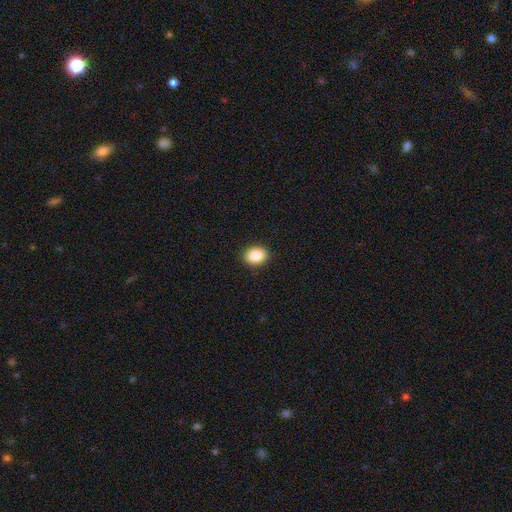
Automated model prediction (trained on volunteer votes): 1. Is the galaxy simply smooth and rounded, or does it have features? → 88% smooth, 8% star or artifact, 4% featured or disk.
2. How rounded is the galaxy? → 68% in between, 31% round, 1% cigar-shaped.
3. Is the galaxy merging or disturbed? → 91% none, 7% minor disturbance, 2% major disturbance, 1% merger.